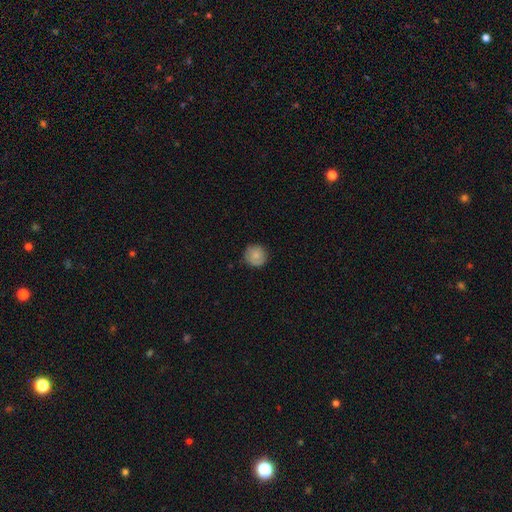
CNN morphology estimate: A smooth galaxy with no disk features (83%) that is round (94%). Merging: none (86%).